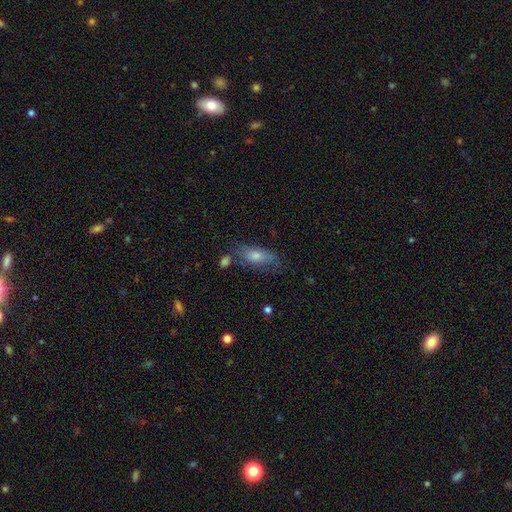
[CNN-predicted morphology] A smooth galaxy with no disk features (57%) that is in between round and cigar-shaped (66%).

Vote fractions:
- Smooth or featured? smooth: 57% / featured or disk: 32% / star or artifact: 11%
- How rounded? in between: 66% / cigar-shaped: 29% / round: 5%
- Merging? none: 60% / minor disturbance: 24% / major disturbance: 9% / merger: 7%